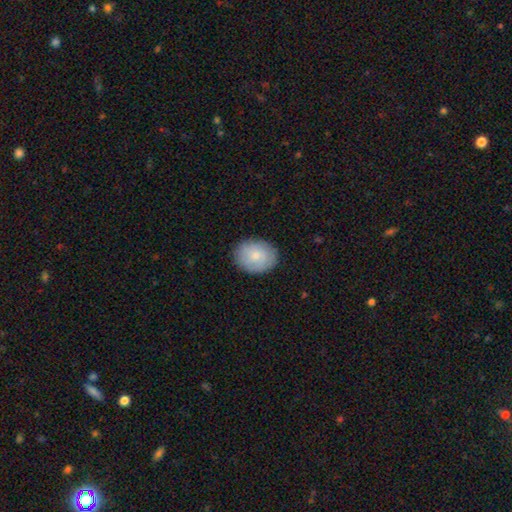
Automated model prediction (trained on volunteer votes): This appears to be a smooth galaxy with no disk features (77%) that is in between round and cigar-shaped (52%). Merging: none (86%).